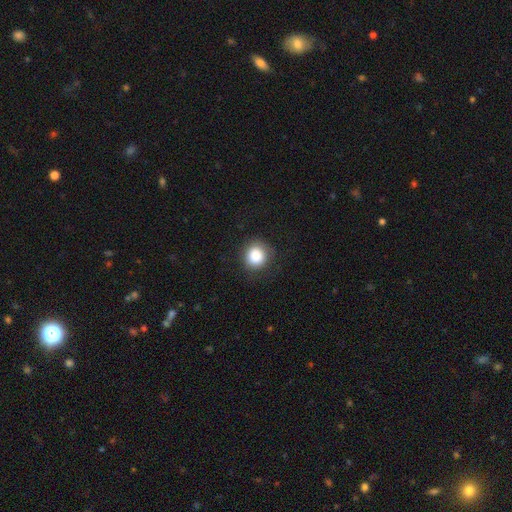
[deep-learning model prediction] A smooth galaxy with no disk features (86%) that is round (90%).

Vote fractions:
- Smooth or featured? smooth: 86% / star or artifact: 10% / featured or disk: 4%
- How rounded? round: 90% / in between: 9% / cigar-shaped: 1%
- Merging? none: 85% / minor disturbance: 10% / major disturbance: 4% / merger: 1%